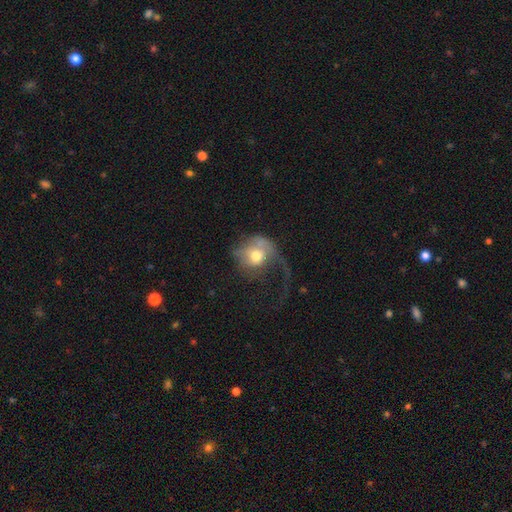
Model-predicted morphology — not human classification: Smooth or featured? smooth (51%)
How rounded? round (73%)
Merging? major disturbance (61%)